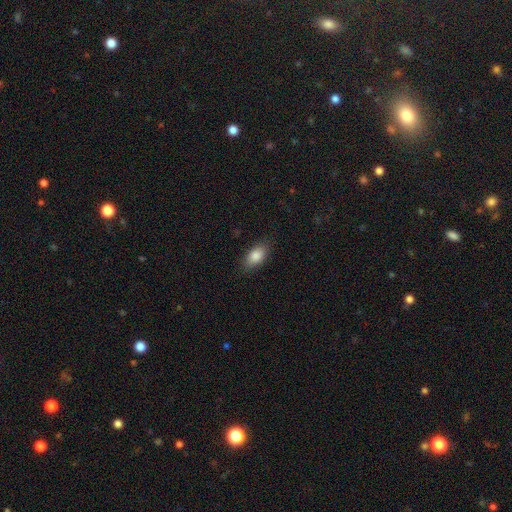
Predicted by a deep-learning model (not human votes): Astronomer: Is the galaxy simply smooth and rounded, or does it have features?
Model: smooth — 85%.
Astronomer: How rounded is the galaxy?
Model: in between — 90%.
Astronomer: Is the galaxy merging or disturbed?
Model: none — 84%.